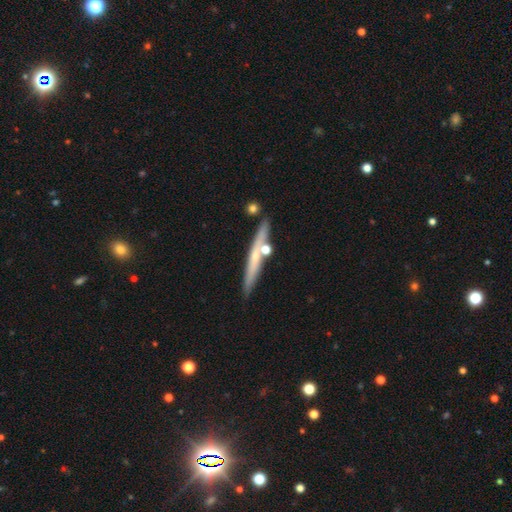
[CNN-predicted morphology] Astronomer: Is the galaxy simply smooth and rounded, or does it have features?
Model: featured or disk — 50% (runner-up: smooth, 43%).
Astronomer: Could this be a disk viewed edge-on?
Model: yes — 92%.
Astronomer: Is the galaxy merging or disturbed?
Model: none — 79%.